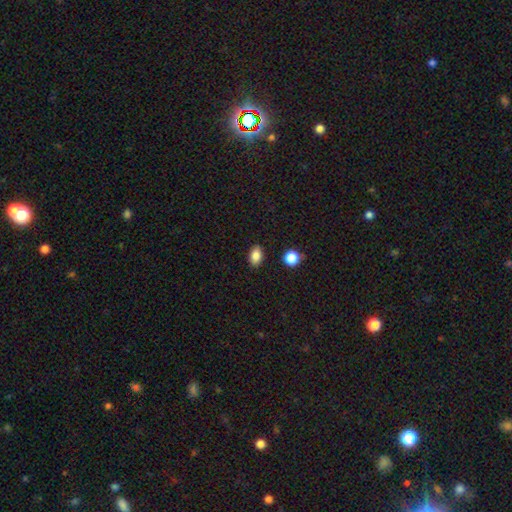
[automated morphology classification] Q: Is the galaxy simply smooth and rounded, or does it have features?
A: smooth — 85%.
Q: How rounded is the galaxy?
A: in between — 86%.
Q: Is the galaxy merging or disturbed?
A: none — 87%.